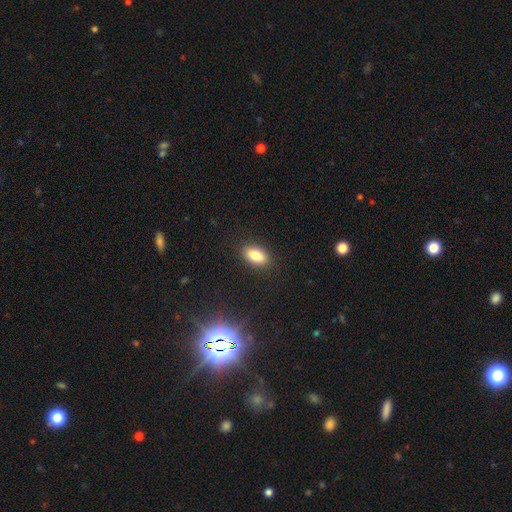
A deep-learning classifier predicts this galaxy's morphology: smooth-or-featured: smooth: 84% | star or artifact: 9% | featured or disk: 7%
  how-rounded: in between: 90% | cigar-shaped: 5% | round: 5%
  merging: none: 87% | minor disturbance: 9% | major disturbance: 3% | merger: 1%